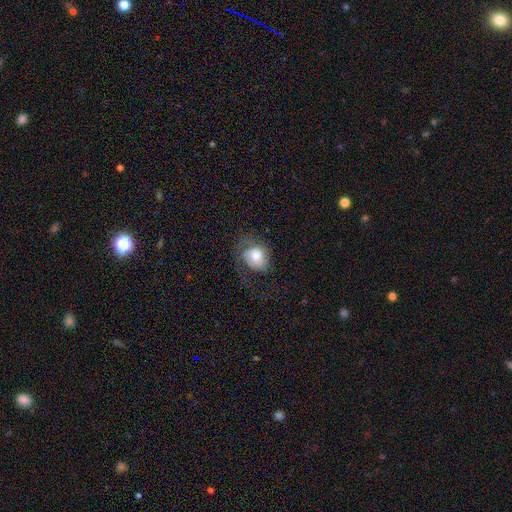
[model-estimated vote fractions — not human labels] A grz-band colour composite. It shows a smooth galaxy with no disk features (64%) that is round (57%). Merging: none (44%).